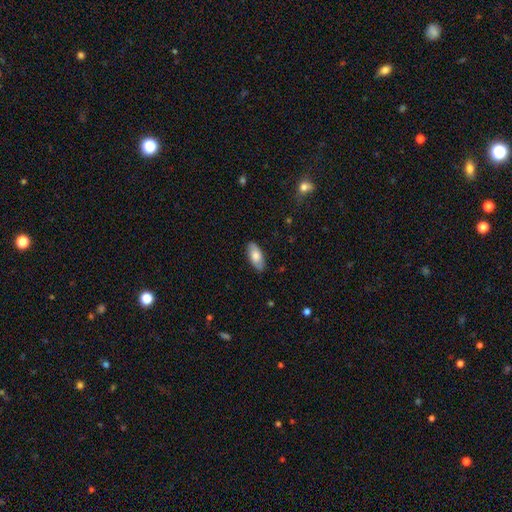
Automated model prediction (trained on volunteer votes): Smooth or featured? smooth (76%)
How rounded? in between (91%)
Merging? none (86%)